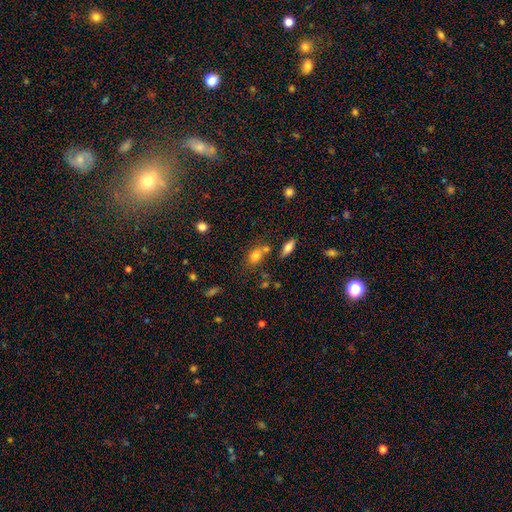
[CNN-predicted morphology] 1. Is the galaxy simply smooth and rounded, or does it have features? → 77% smooth, 11% featured or disk, 11% star or artifact.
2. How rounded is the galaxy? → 67% in between, 30% round, 3% cigar-shaped.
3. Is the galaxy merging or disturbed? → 53% none, 27% merger, 15% minor disturbance, 5% major disturbance.